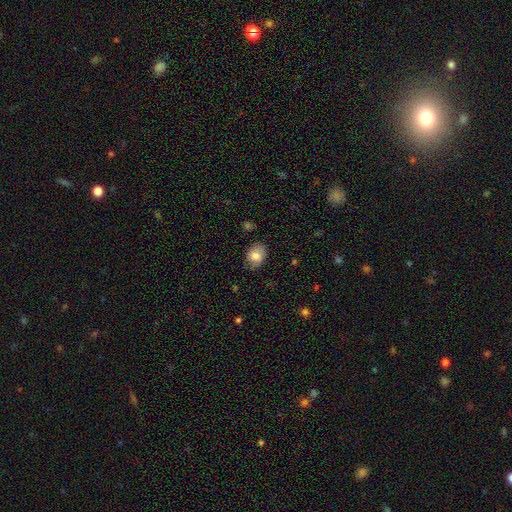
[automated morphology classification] smooth-or-featured: smooth: 81% | featured or disk: 11% | star or artifact: 8%
  how-rounded: in between: 65% | round: 34% | cigar-shaped: 1%
  merging: none: 73% | minor disturbance: 21% | major disturbance: 4% | merger: 1%